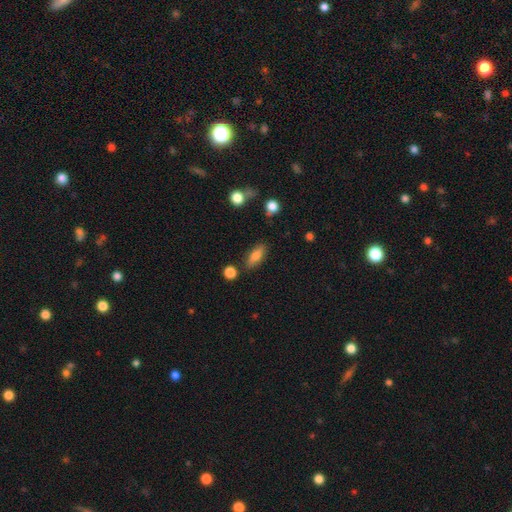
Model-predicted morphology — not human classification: Smooth or featured? smooth (76%)
How rounded? in between (69%)
Merging? none (81%)